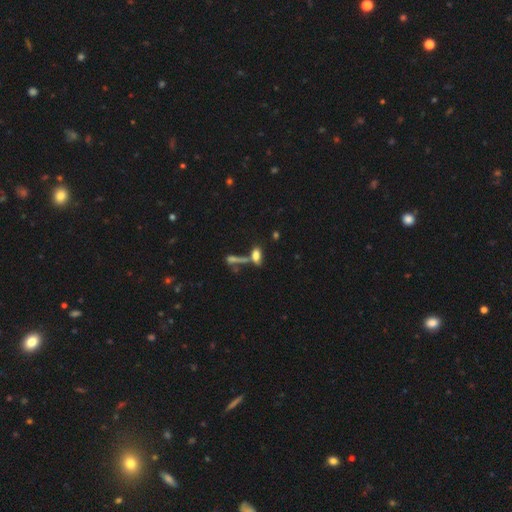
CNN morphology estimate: Smooth or featured: smooth — 72% (featured or disk — 16%)
How rounded: in between — 75% (cigar-shaped — 19%)
Merging: none — 42% (merger — 37%)